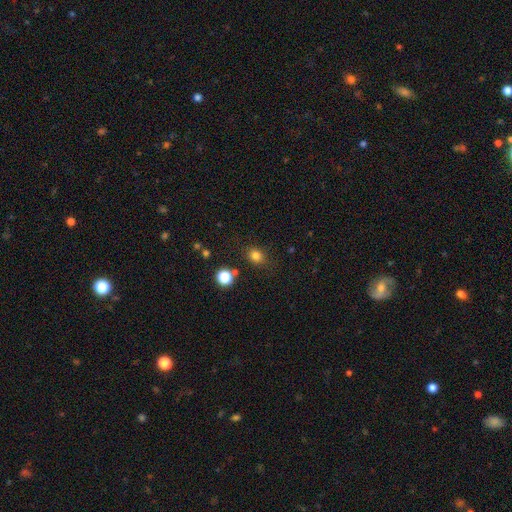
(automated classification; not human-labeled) smooth_or_featured: smooth (p=0.81) [alt: star or artifact p=0.14]
how_rounded: round (p=0.67) [alt: in between p=0.32]
merging: none (p=0.80) [alt: minor disturbance p=0.12]